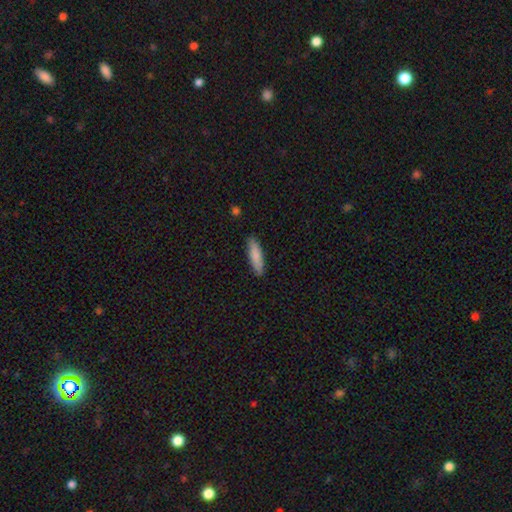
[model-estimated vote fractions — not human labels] This is clearly a smooth galaxy (85%). How rounded: likely cigar-shaped (67%). Merging: clearly none (87%).